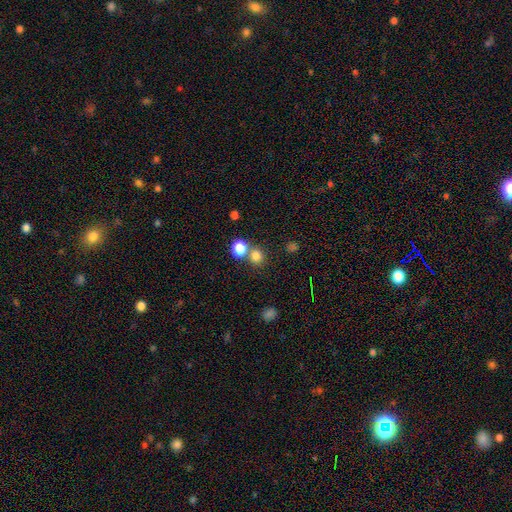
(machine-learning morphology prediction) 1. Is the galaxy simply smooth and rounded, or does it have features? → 78% smooth, 16% star or artifact, 6% featured or disk.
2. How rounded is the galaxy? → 84% round, 15% in between, 1% cigar-shaped.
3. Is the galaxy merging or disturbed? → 62% none, 27% merger, 7% minor disturbance, 3% major disturbance.